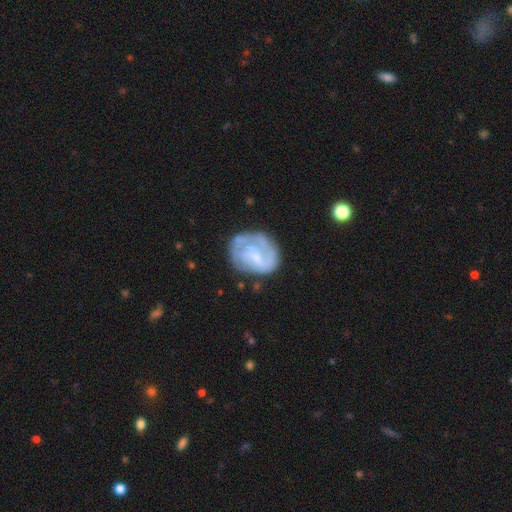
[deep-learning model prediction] smooth_or_featured: featured or disk (p=0.65) [alt: smooth p=0.28]
disk_edge_on: no (p=0.98) [alt: yes p=0.02]
bar: no (p=0.48) [alt: weak p=0.42]
has_spiral_arms: yes (p=0.67) [alt: no p=0.33]
bulge_size: small (p=0.55) [alt: moderate p=0.22]
merging: none (p=0.57) [alt: minor disturbance p=0.25]